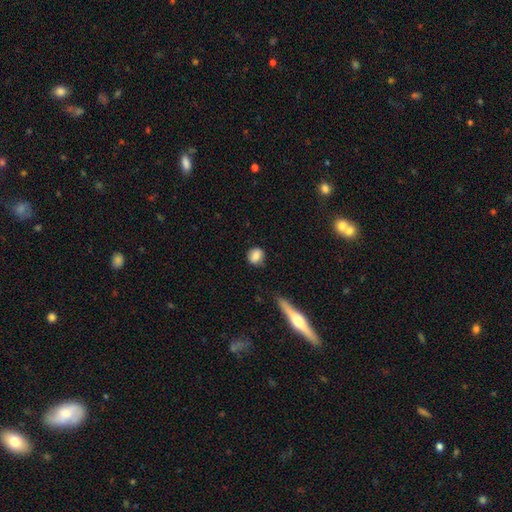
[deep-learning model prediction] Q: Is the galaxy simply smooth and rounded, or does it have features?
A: smooth — 81%.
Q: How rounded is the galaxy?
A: round — 73%.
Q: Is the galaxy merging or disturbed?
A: none — 79%.